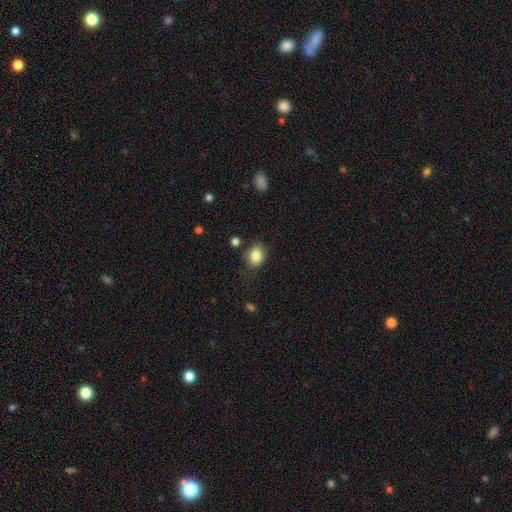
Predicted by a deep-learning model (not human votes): A smooth galaxy with no disk features (85%) that is in between round and cigar-shaped (60%).

Vote fractions:
- Smooth or featured? smooth: 85% / star or artifact: 9% / featured or disk: 6%
- How rounded? in between: 60% / round: 39% / cigar-shaped: 1%
- Merging? none: 74% / minor disturbance: 17% / major disturbance: 5% / merger: 3%